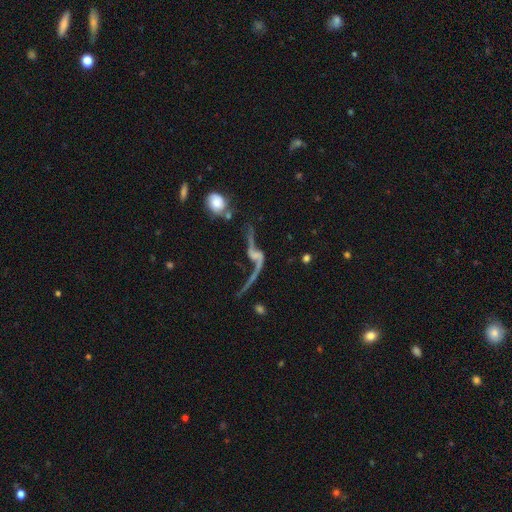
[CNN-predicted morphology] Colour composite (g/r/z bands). It shows a featured or disk galaxy (83%) with no bar (48%), 2 (89%) loose (94%) spiral arms (87%) and no central bulge (54%). Merging: none (40%).